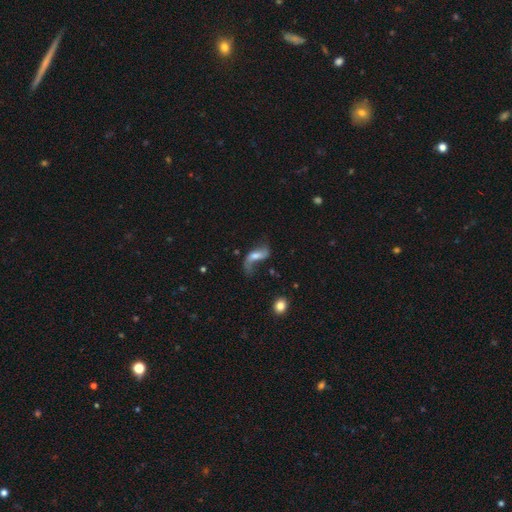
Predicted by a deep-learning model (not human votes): A featured or disk galaxy (62%) with no bar (44%), spiral arms (82%) and a moderate central bulge (44%).

Vote fractions:
- Smooth or featured? featured or disk: 62% / smooth: 29% / star or artifact: 9%
- Edge-on disk? no: 90% / yes: 10%
- Bar? no: 44% / weak: 38% / strong: 18%
- Spiral arms? yes: 82% / no: 18%
- Bulge size? moderate: 44% / small: 33% / none: 10% / large: 10% / dominant: 2%
- Merging? major disturbance: 38% / none: 35% / minor disturbance: 21% / merger: 6%